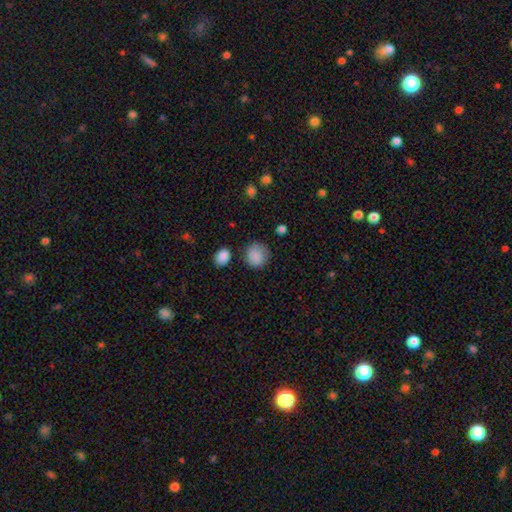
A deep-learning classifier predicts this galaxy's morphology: smooth 86%, star or artifact 9%, featured or disk 5%. Down the decision tree: how rounded — round (77%); merging — none (77%).